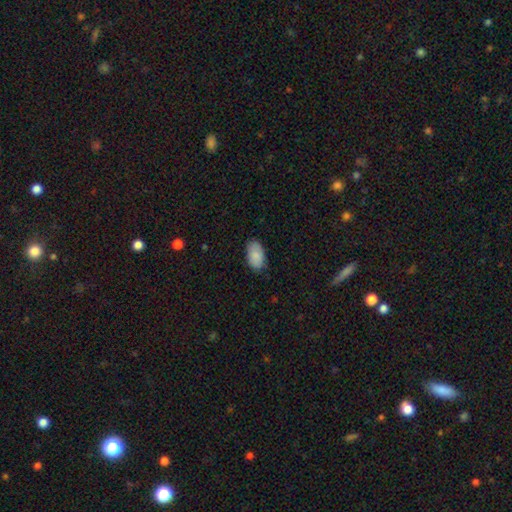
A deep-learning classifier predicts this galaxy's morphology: Smooth or featured? Predicted: smooth (p=0.87). How rounded? Predicted: in between (p=0.94). Merging? Predicted: none (p=0.82).